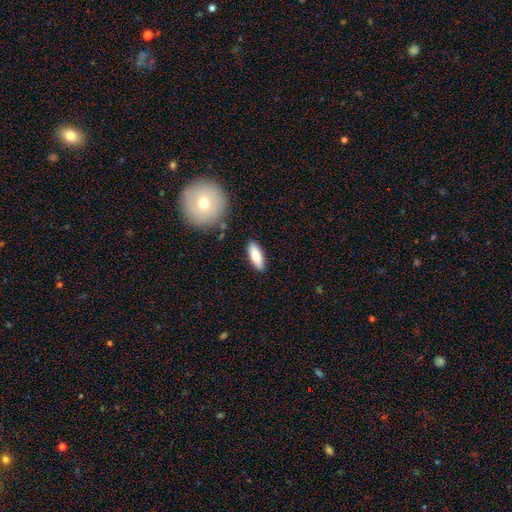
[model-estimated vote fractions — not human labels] Smooth or featured?
  - smooth: 83% *
  - featured or disk: 11%
  - star or artifact: 6%
How rounded?
  - in between: 67% *
  - cigar-shaped: 31%
  - round: 2%
Merging?
  - none: 86% *
  - minor disturbance: 10%
  - major disturbance: 2%
  - merger: 2%